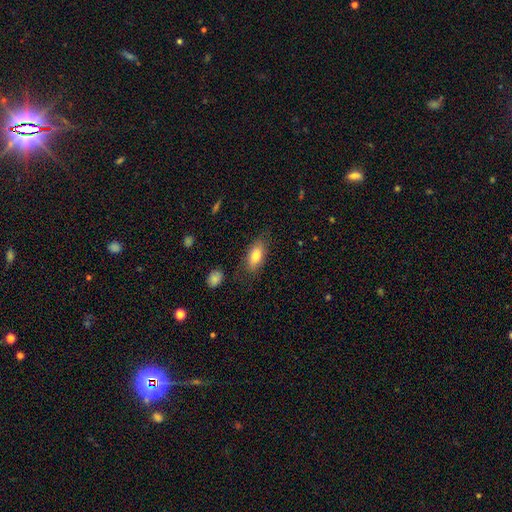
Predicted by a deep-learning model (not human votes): Smooth or featured: smooth — 78% (featured or disk — 14%)
How rounded: in between — 86% (cigar-shaped — 10%)
Merging: none — 76% (minor disturbance — 17%)